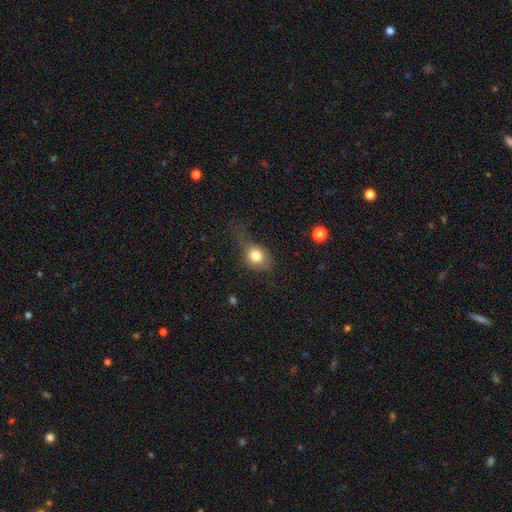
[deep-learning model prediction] smooth-or-featured: smooth: 77% | featured or disk: 13% | star or artifact: 10%
  how-rounded: round: 55% | in between: 43% | cigar-shaped: 2%
  merging: none: 35% | minor disturbance: 32% | major disturbance: 30% | merger: 3%